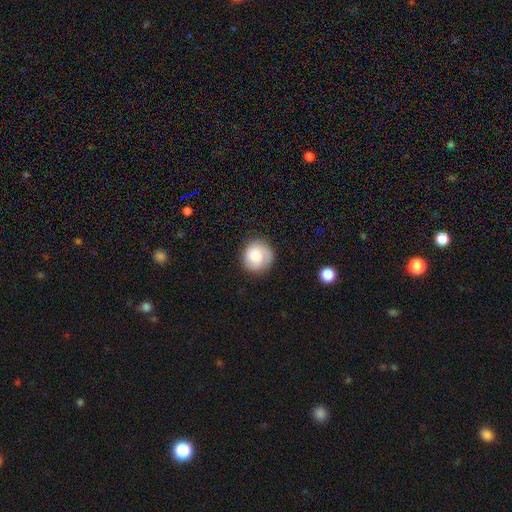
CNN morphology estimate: This appears to be a smooth galaxy with no disk features (75%) that is round (90%). Merging: none (79%).